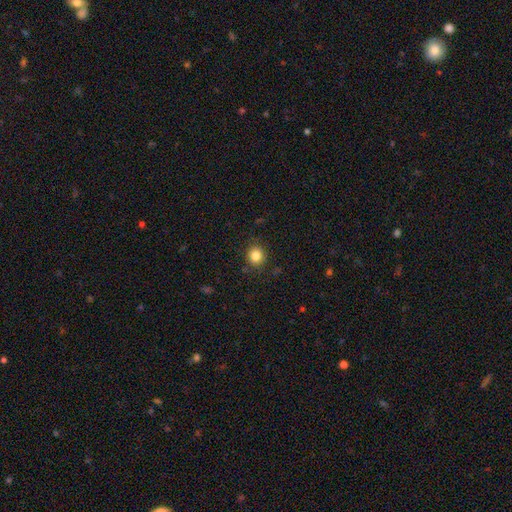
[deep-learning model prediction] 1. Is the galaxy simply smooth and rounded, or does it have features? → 84% smooth, 11% star or artifact, 5% featured or disk.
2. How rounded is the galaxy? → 85% round, 14% in between, 1% cigar-shaped.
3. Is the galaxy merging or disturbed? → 87% none, 9% minor disturbance, 3% major disturbance, 1% merger.